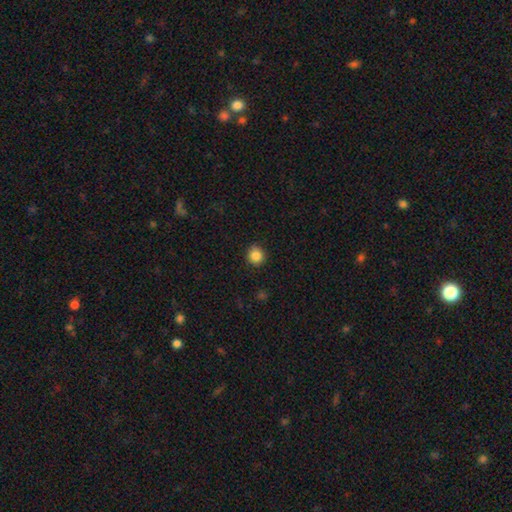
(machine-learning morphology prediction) Smooth or featured: smooth — 86% (star or artifact — 10%)
How rounded: round — 90% (in between — 9%)
Merging: none — 88% (minor disturbance — 8%)